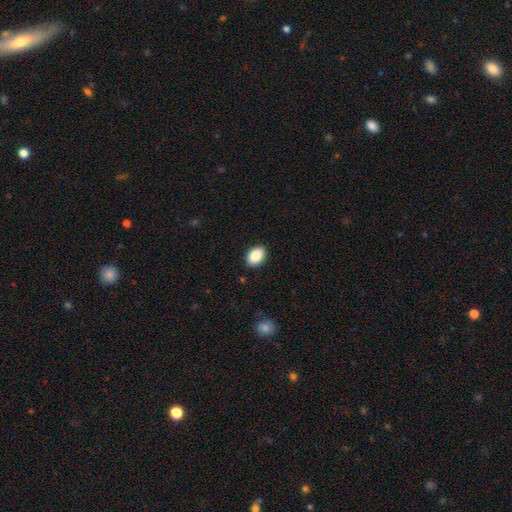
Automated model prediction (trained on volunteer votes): smooth 88%, star or artifact 7%, featured or disk 5%. Down the decision tree: how rounded — in between (85%); merging — none (88%).